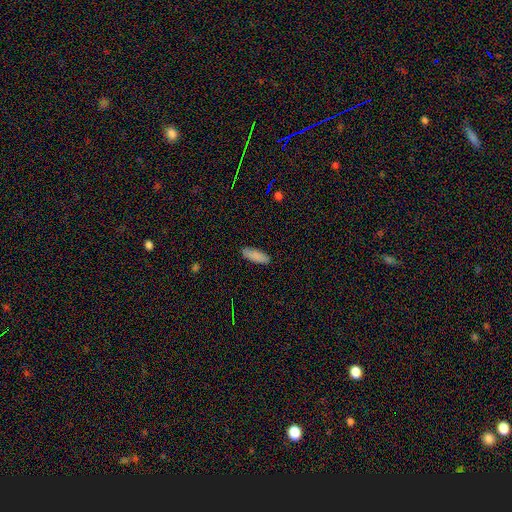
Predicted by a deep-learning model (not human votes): A smooth galaxy with no disk features (88%) that is in between round and cigar-shaped (60%). Merging: none (88%).